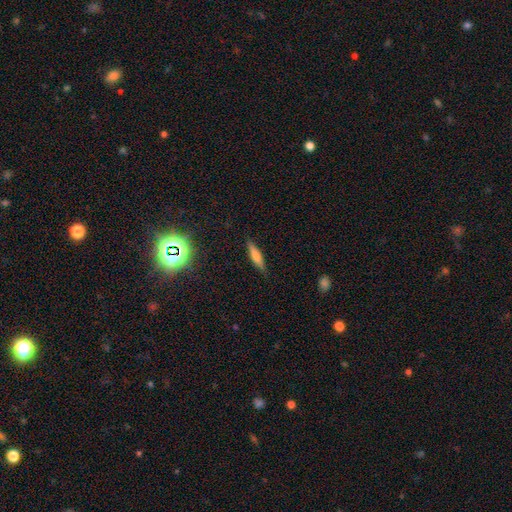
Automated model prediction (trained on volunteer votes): Q: Smooth or featured?
A: smooth (63%); runner-up: featured or disk (27%)
Q: How rounded?
A: cigar-shaped (77%); runner-up: in between (21%)
Q: Merging?
A: none (87%); runner-up: minor disturbance (10%)